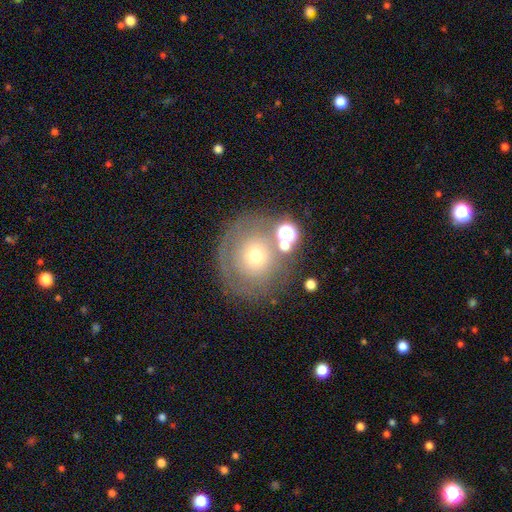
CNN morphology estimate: A smooth galaxy with no disk features (46%).

Vote fractions:
- Smooth or featured? smooth: 46% / featured or disk: 40% / star or artifact: 14%
- Merging? none: 67% / minor disturbance: 15% / major disturbance: 9% / merger: 9%